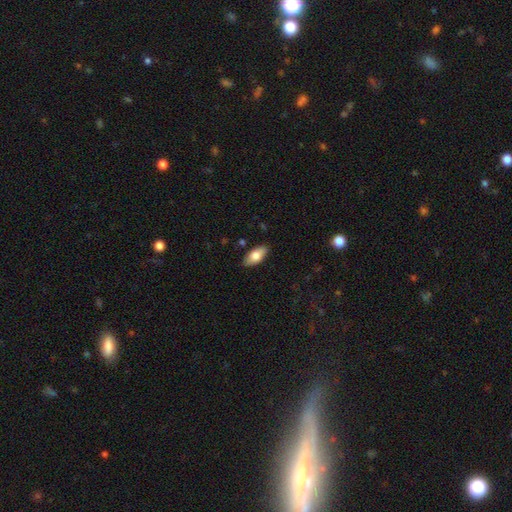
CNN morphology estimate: Smooth or featured? smooth (75%)
How rounded? in between (87%)
Merging? none (86%)